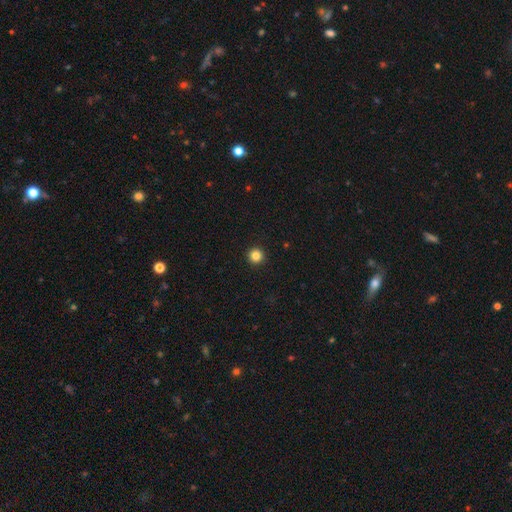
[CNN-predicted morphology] Smooth or featured: smooth — 84% (star or artifact — 11%)
How rounded: round — 97% (in between — 2%)
Merging: none — 94% (minor disturbance — 3%)